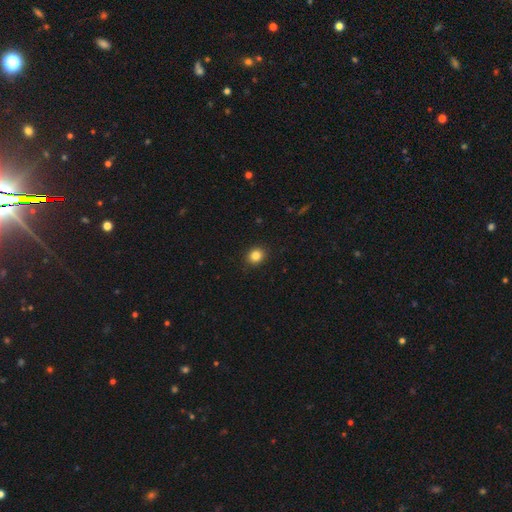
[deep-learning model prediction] A smooth galaxy with no disk features (84%) that is round (73%).

Vote fractions:
- Smooth or featured? smooth: 84% / star or artifact: 11% / featured or disk: 5%
- How rounded? round: 73% / in between: 26% / cigar-shaped: 1%
- Merging? none: 90% / minor disturbance: 7% / major disturbance: 2% / merger: 1%